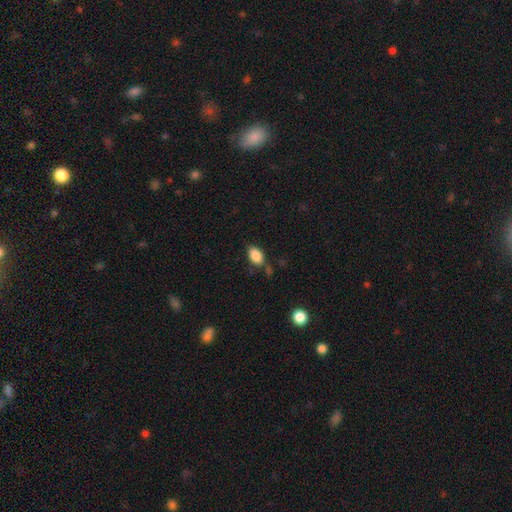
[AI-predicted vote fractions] Smooth or featured? Predicted: smooth (p=0.87). How rounded? Predicted: in between (p=0.89). Merging? Predicted: none (p=0.74).